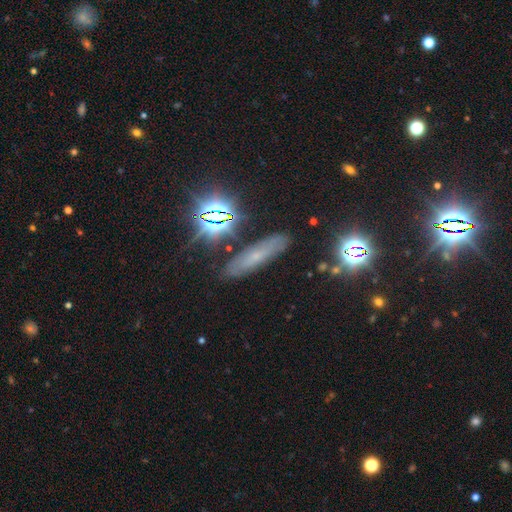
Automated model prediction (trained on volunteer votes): Morphology: type=smooth (35%, tied with star or artifact); merging=none (84%).